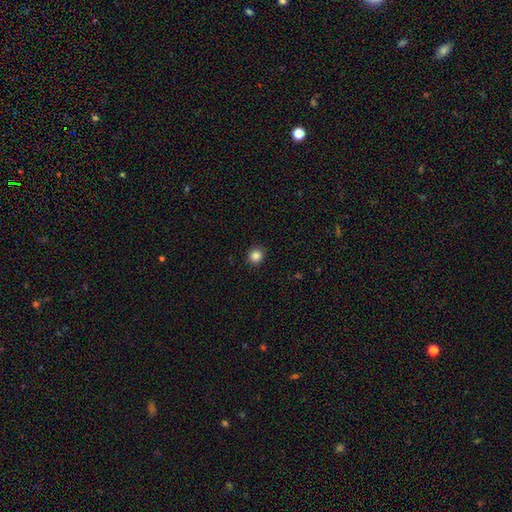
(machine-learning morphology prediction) smooth 86%, star or artifact 11%, featured or disk 4%. Down the decision tree: how rounded — round (86%); merging — none (92%).